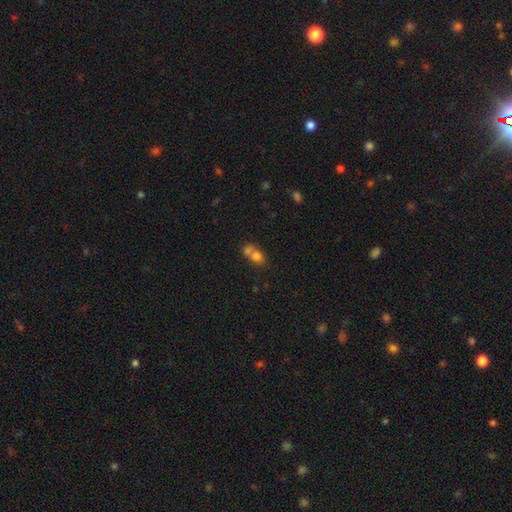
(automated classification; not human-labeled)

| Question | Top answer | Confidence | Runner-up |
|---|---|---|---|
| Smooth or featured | smooth | 73% | featured or disk (15%) |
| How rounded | round | 51% | in between (47%) |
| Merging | merger | 62% | none (26%) |